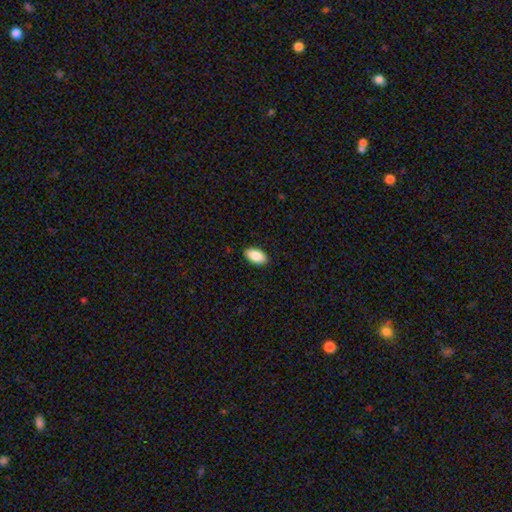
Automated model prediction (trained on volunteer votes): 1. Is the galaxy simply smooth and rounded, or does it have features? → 88% smooth, 6% star or artifact, 5% featured or disk.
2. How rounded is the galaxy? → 95% in between, 3% round, 2% cigar-shaped.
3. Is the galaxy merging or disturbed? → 89% none, 8% minor disturbance, 2% major disturbance, 1% merger.